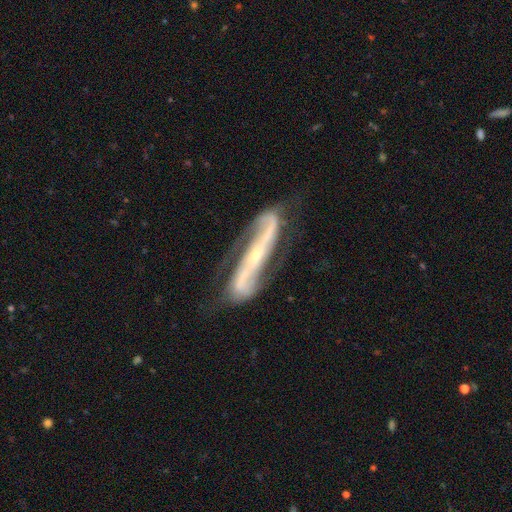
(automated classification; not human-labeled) featured or disk 88%, smooth 6%, star or artifact 6%. Down the decision tree: edge-on disk — no (83%); bar — strong (54%); spiral arms — yes (96%); spiral arm count — 2 (92%); spiral winding — medium (41%); bulge size — small (75%); merging — none (71%).